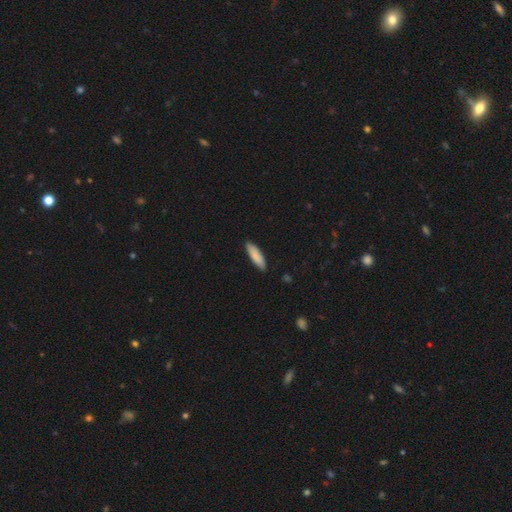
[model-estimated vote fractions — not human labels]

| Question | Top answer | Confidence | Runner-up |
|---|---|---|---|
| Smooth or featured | smooth | 87% | featured or disk (8%) |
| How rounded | cigar-shaped | 63% | in between (35%) |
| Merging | none | 88% | minor disturbance (9%) |